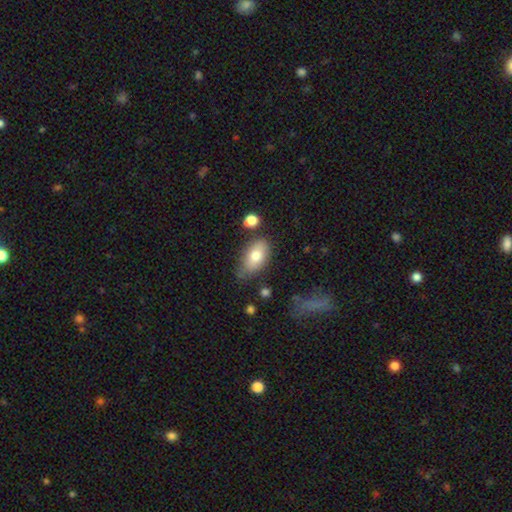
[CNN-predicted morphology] Smooth or featured? smooth (76%)
How rounded? in between (91%)
Merging? none (62%)